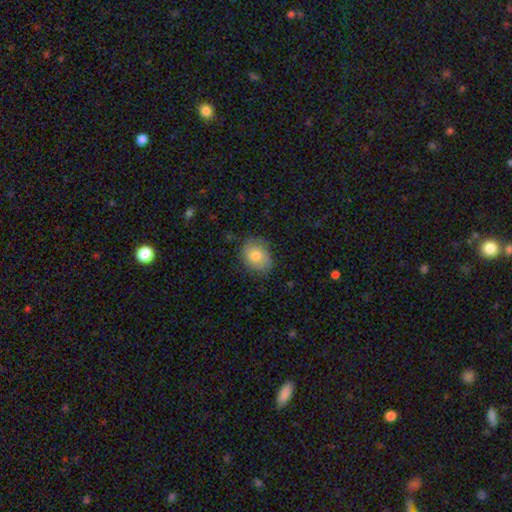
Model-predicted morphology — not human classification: The model was most divided on "how rounded": in between: 52%, round: 47%, cigar-shaped: 1%. More confident: smooth or featured — smooth (71%); merging — none (70%).